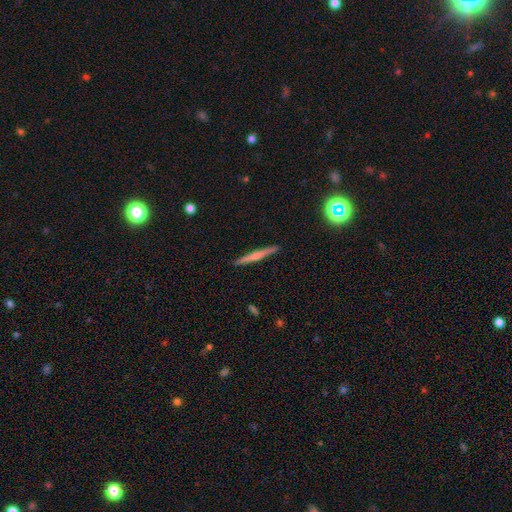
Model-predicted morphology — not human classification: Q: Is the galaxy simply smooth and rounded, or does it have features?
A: featured or disk — 52%.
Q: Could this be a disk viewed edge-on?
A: yes — 98%.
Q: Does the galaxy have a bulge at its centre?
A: rounded — 56%.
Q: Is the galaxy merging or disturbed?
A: none — 92%.